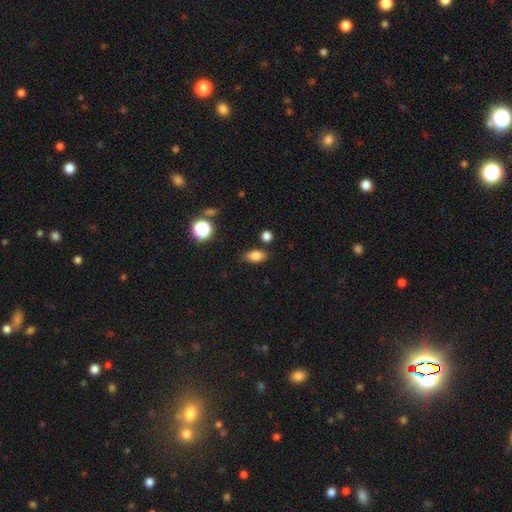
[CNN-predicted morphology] The model was most divided on "merging": none: 81%, minor disturbance: 12%, merger: 3%, major disturbance: 3%. More confident: how rounded — in between (85%); smooth or featured — smooth (83%).